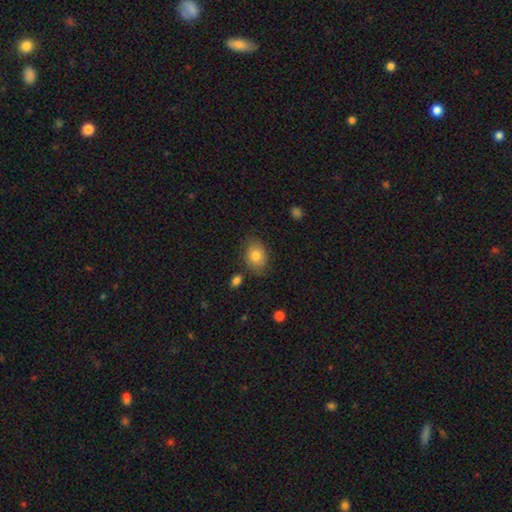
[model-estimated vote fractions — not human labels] smooth_or_featured: smooth (p=0.80) [alt: featured or disk p=0.11]
how_rounded: in between (p=0.74) [alt: round p=0.25]
merging: none (p=0.77) [alt: minor disturbance p=0.16]